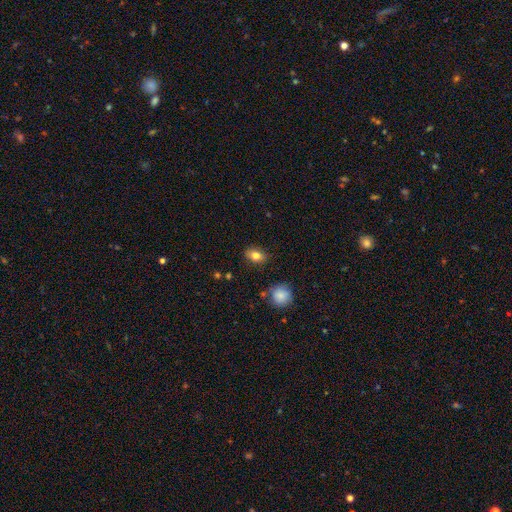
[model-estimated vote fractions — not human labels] Smooth or featured? smooth (80%)
How rounded? in between (72%)
Merging? none (85%)